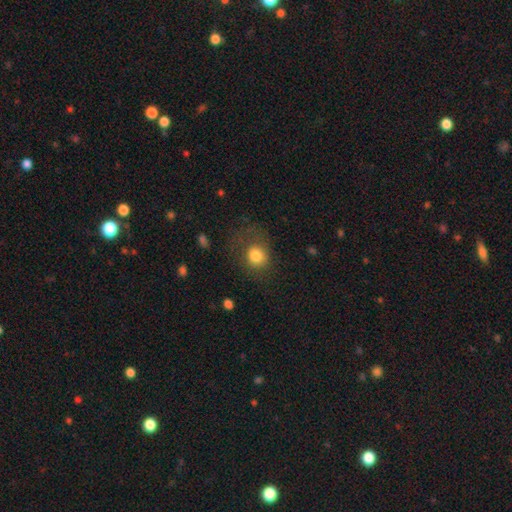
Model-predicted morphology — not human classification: type=smooth (80%); roundness=round (68%); merging=none (54%).